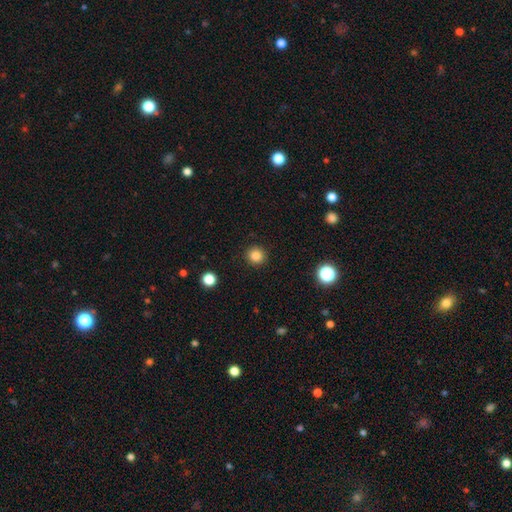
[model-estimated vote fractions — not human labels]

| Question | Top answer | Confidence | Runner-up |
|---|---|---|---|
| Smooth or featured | smooth | 85% | star or artifact (11%) |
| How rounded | round | 94% | in between (5%) |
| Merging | none | 92% | minor disturbance (5%) |